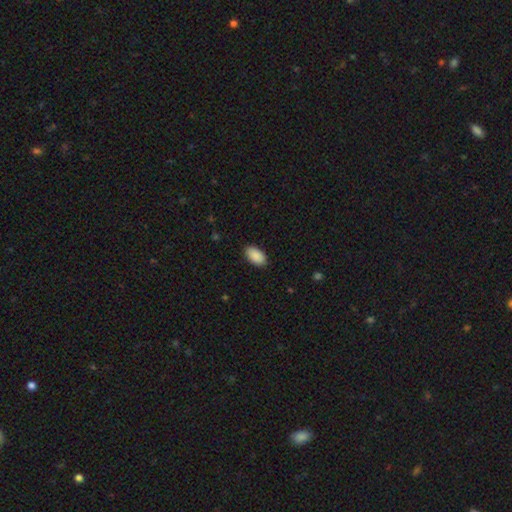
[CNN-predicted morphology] Smooth or featured? Predicted: smooth (p=0.90). How rounded? Predicted: in between (p=0.95). Merging? Predicted: none (p=0.88).